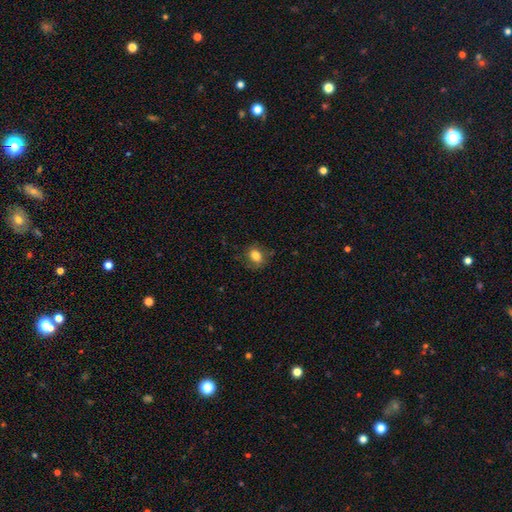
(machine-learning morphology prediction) Smooth or featured?
  - smooth: 80% *
  - featured or disk: 10%
  - star or artifact: 10%
How rounded?
  - in between: 53% *
  - round: 46%
  - cigar-shaped: 1%
Merging?
  - none: 72% *
  - minor disturbance: 19%
  - major disturbance: 7%
  - merger: 1%